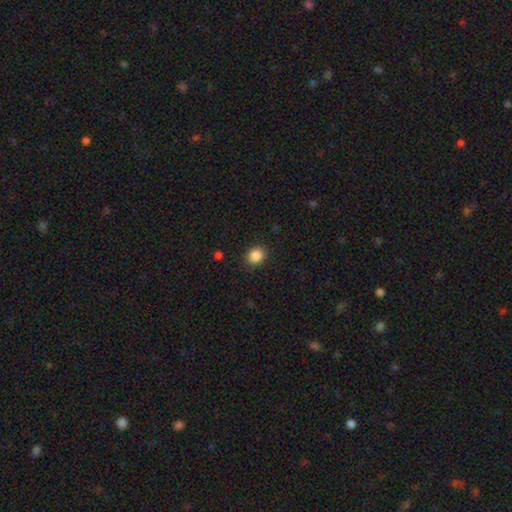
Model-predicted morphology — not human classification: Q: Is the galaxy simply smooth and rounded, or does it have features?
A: smooth — 87%.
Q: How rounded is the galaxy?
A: round — 65%.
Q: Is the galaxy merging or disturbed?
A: none — 89%.